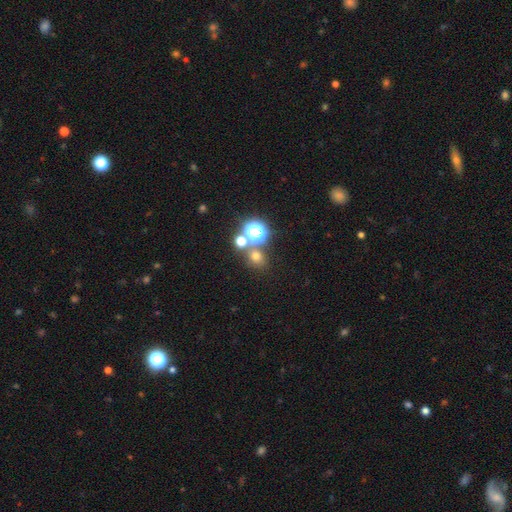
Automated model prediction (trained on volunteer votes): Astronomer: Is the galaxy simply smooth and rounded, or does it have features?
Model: smooth — 61%.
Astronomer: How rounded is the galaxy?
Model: round — 79%.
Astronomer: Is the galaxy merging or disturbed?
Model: none — 67%.